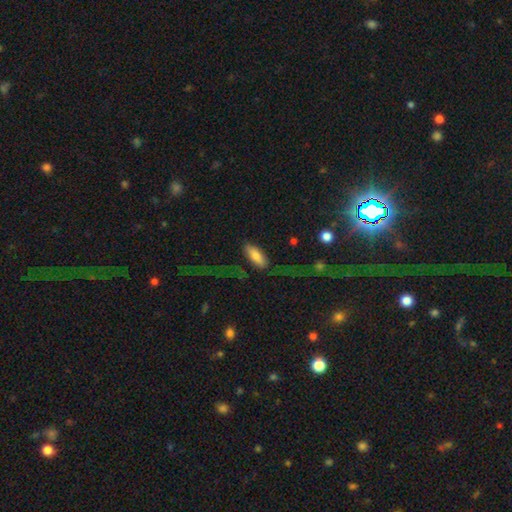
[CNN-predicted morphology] The model was most divided on "merging": none: 54%, major disturbance: 24%, minor disturbance: 17%, merger: 4%. More confident: how rounded — in between (78%); smooth or featured — smooth (72%).